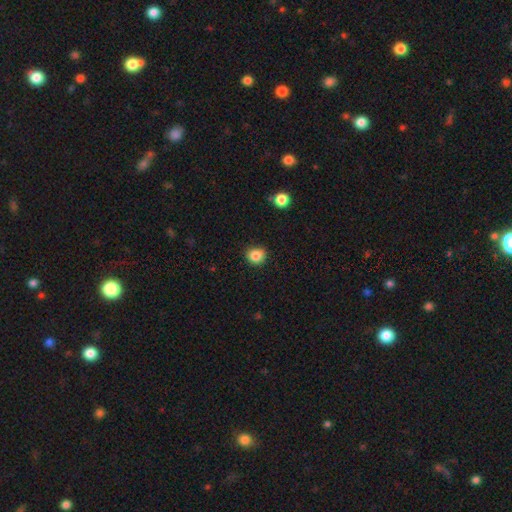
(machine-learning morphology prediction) Smooth or featured: smooth — 84% (star or artifact — 11%)
How rounded: round — 80% (in between — 20%)
Merging: none — 81% (minor disturbance — 15%)